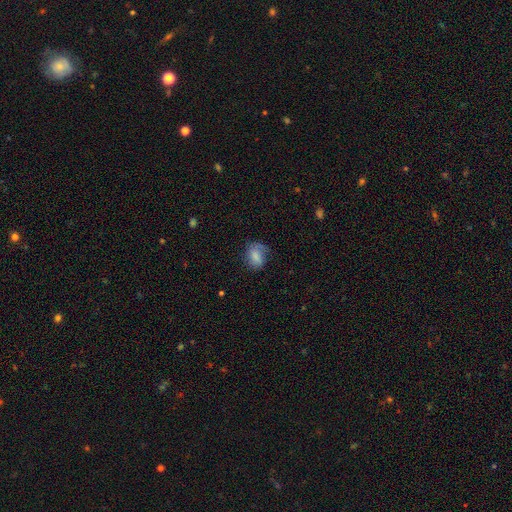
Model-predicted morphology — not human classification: Overall: smooth (63%; featured or disk 28%). How rounded: in between (67%; round 31%). Merging: none (49%; minor disturbance 28%).